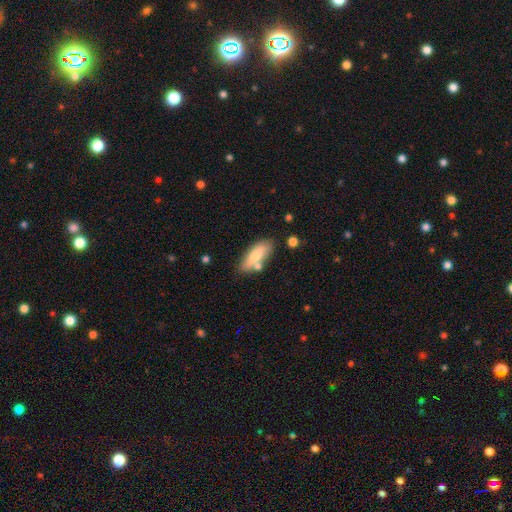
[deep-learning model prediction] smooth-or-featured: smooth: 72% | featured or disk: 21% | star or artifact: 7%
  how-rounded: in between: 69% | cigar-shaped: 28% | round: 2%
  merging: none: 67% | minor disturbance: 17% | merger: 12% | major disturbance: 4%